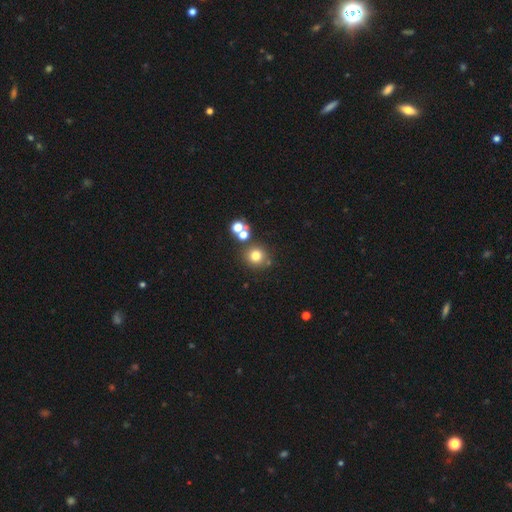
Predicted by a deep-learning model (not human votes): Smooth or featured: smooth — 75% (star or artifact — 16%)
How rounded: round — 89% (in between — 10%)
Merging: none — 72% (merger — 16%)